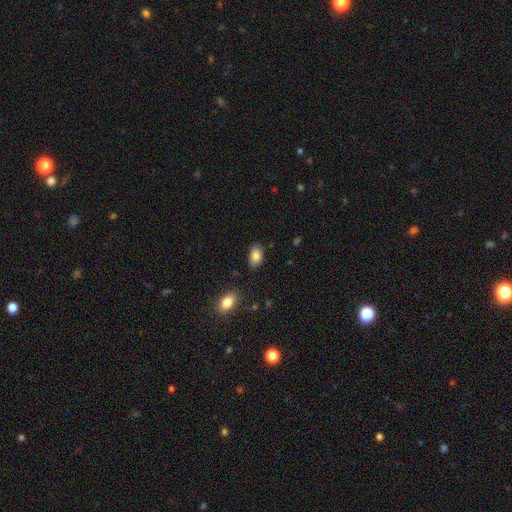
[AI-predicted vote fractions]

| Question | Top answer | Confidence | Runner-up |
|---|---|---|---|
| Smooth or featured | smooth | 86% | star or artifact (8%) |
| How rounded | in between | 89% | round (9%) |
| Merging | none | 83% | minor disturbance (12%) |